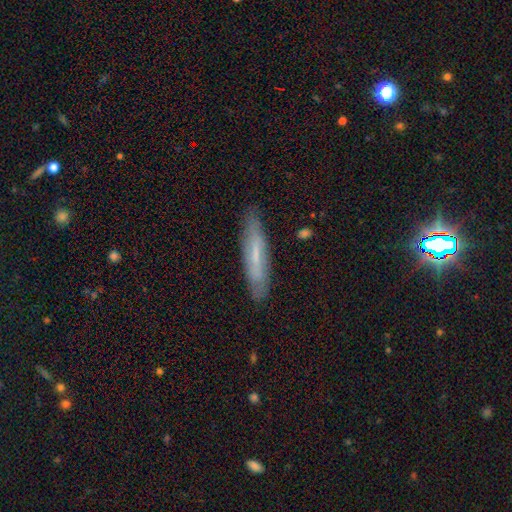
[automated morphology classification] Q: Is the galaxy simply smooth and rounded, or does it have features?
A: smooth — 48%.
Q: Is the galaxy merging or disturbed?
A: none — 84%.